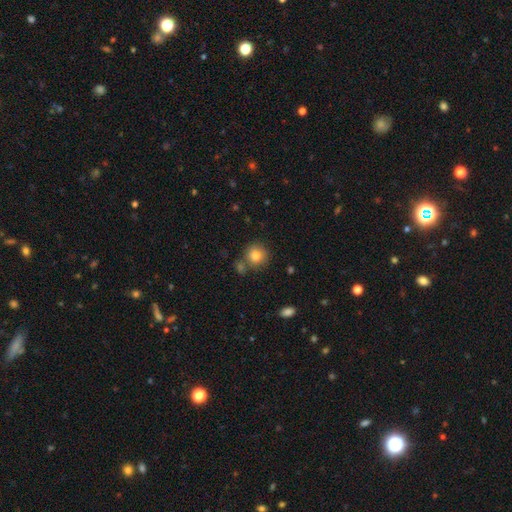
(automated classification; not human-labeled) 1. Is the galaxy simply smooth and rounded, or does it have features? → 81% smooth, 10% star or artifact, 8% featured or disk.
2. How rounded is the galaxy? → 90% round, 9% in between, 1% cigar-shaped.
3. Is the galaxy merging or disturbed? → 74% none, 12% merger, 11% minor disturbance, 3% major disturbance.